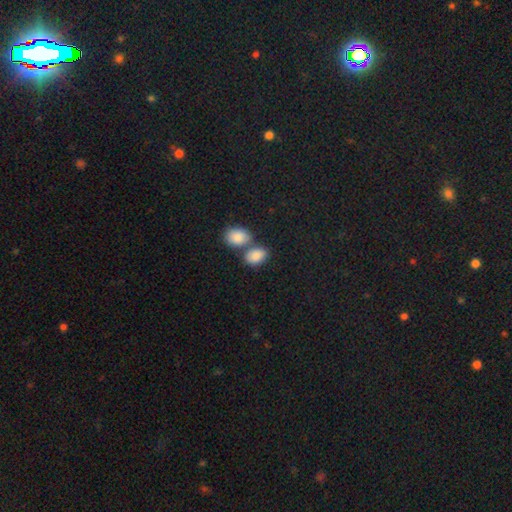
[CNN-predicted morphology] A smooth galaxy with no disk features (86%) that is in between round and cigar-shaped (81%). Merging: none (45%).